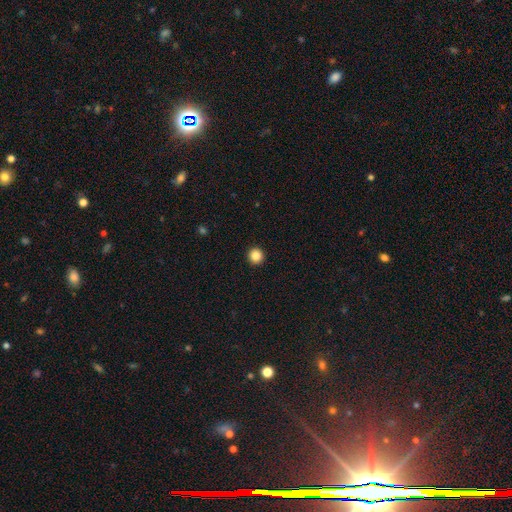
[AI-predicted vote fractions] This appears to be a smooth galaxy with no disk features (86%) that is round (95%). Merging: none (94%).